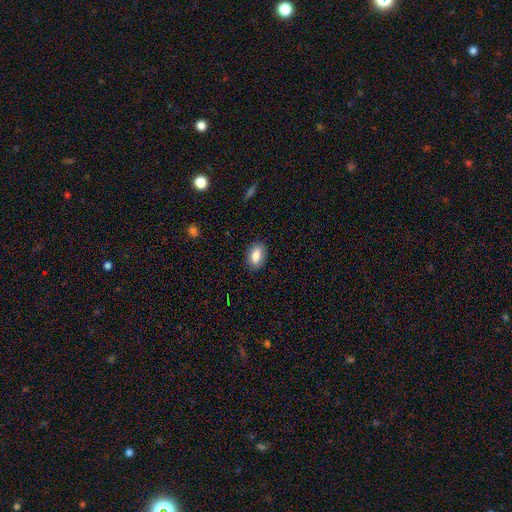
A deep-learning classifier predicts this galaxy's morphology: Smooth or featured? smooth (85%)
How rounded? in between (86%)
Merging? none (86%)